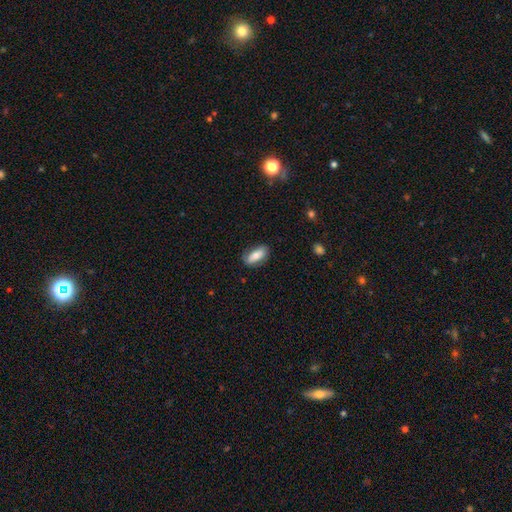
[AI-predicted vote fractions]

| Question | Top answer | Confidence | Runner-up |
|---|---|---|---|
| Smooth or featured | smooth | 74% | featured or disk (20%) |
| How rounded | in between | 85% | cigar-shaped (12%) |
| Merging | none | 77% | minor disturbance (17%) |